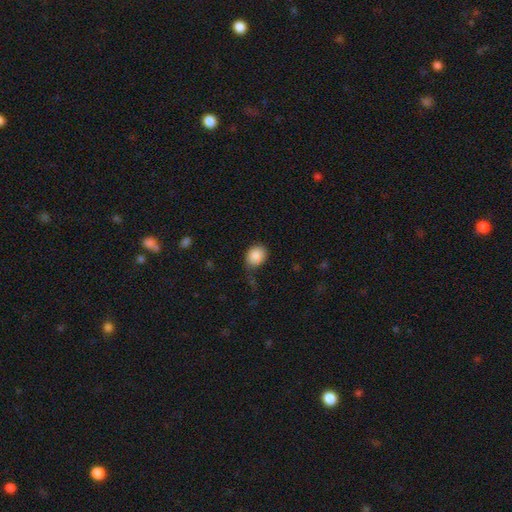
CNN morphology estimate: Overall: smooth (87%). How rounded: round (53%; in between 46%). Merging: none (64%; minor disturbance 26%).